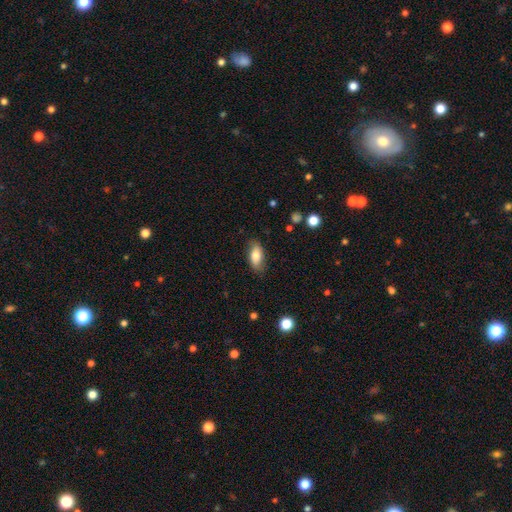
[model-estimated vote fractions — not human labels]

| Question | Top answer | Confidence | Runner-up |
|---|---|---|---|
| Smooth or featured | smooth | 78% | featured or disk (15%) |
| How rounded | in between | 86% | cigar-shaped (10%) |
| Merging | none | 80% | minor disturbance (15%) |